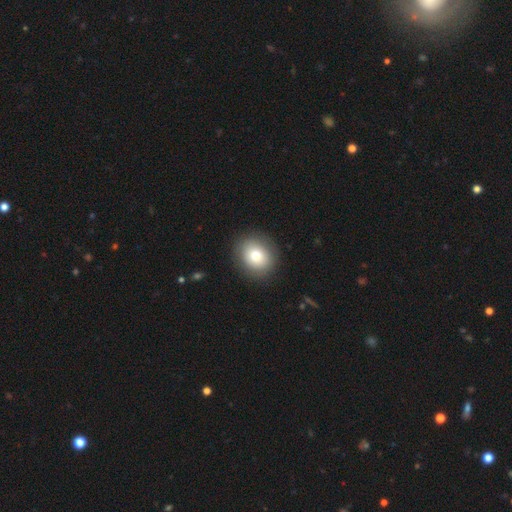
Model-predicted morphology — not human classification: Smooth or featured: smooth — 76% (featured or disk — 15%)
How rounded: round — 74% (in between — 25%)
Merging: none — 89% (minor disturbance — 7%)